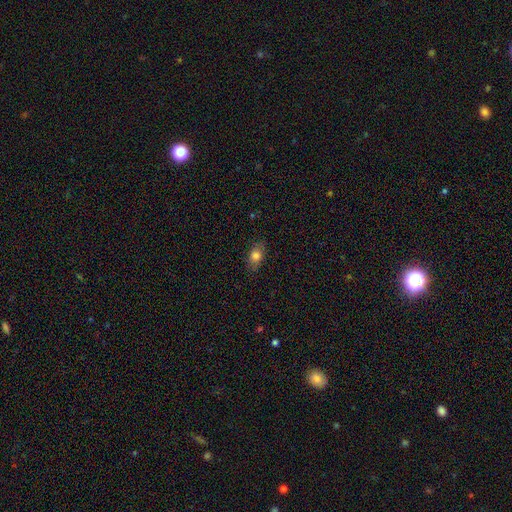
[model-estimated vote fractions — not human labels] smooth_or_featured: smooth (p=0.79) [alt: featured or disk p=0.12]
how_rounded: in between (p=0.80) [alt: round p=0.16]
merging: none (p=0.82) [alt: minor disturbance p=0.14]